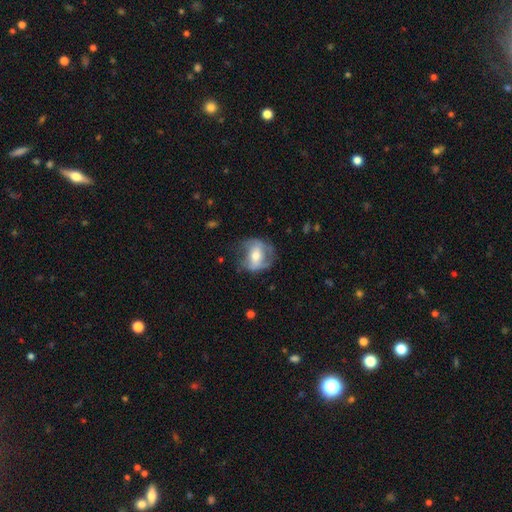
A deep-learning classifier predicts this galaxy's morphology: This appears to be a featured or disk galaxy (57%) with no bar (36%, tied with weak), spiral arms (60%) and a moderate central bulge (63%). Merging: none (54%).